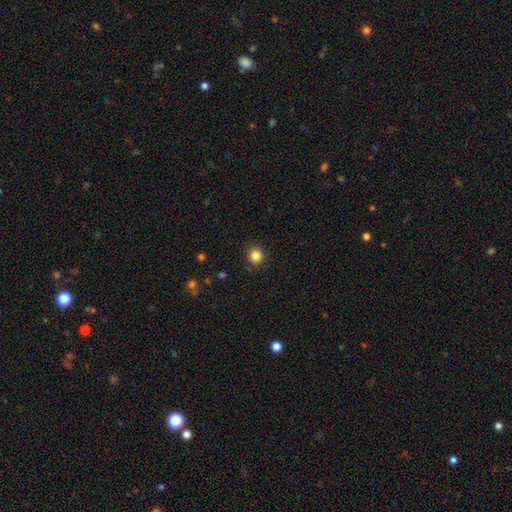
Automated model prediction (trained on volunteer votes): Q: Smooth or featured?
A: smooth (84%); runner-up: star or artifact (12%)
Q: How rounded?
A: round (88%); runner-up: in between (11%)
Q: Merging?
A: none (90%); runner-up: minor disturbance (7%)